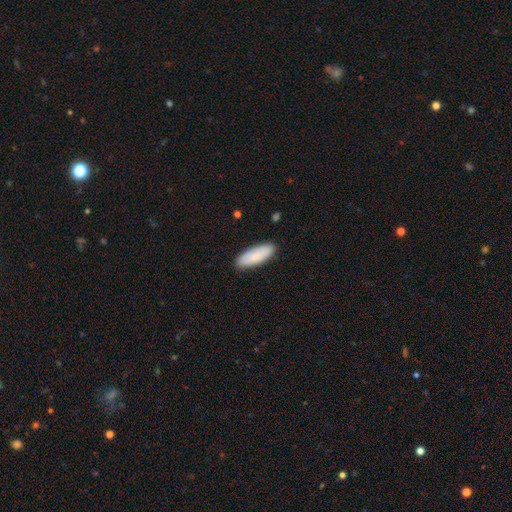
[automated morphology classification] smooth-or-featured: smooth: 86% | featured or disk: 9% | star or artifact: 6%
  how-rounded: in between: 65% | cigar-shaped: 33% | round: 2%
  merging: none: 89% | minor disturbance: 8% | major disturbance: 2% | merger: 1%